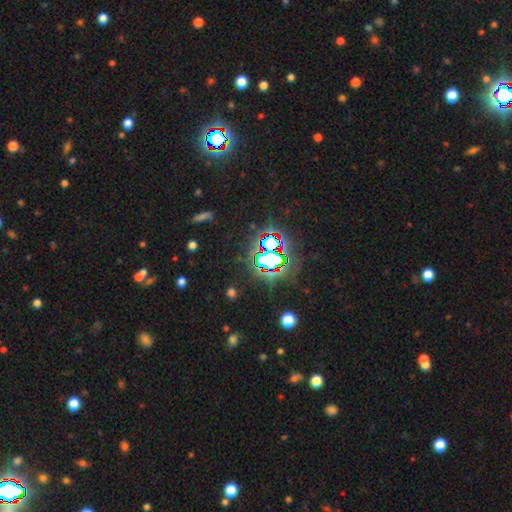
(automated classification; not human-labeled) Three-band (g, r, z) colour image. It shows a star or artifact, not a galaxy (80%).